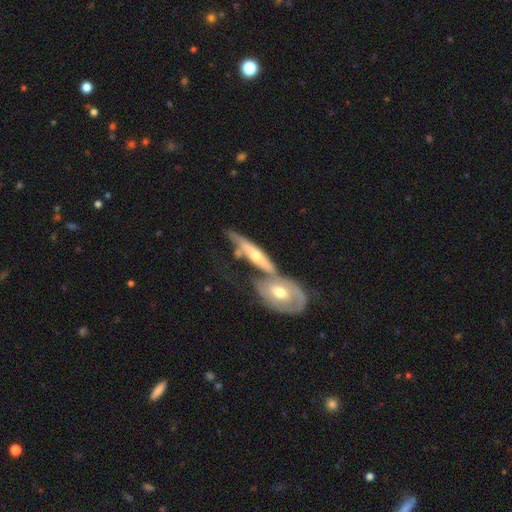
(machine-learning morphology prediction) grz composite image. It shows a featured or disk galaxy (72%). Merging: merger (45%).